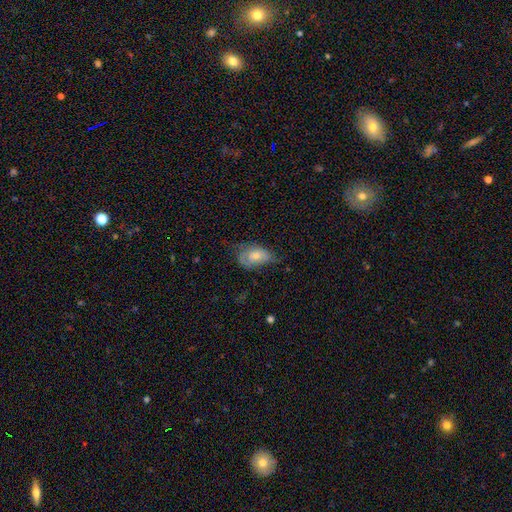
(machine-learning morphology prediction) Smooth or featured?
  - smooth: 58% *
  - featured or disk: 34%
  - star or artifact: 7%
How rounded?
  - in between: 90% *
  - round: 8%
  - cigar-shaped: 2%
Merging?
  - none: 39% *
  - minor disturbance: 36%
  - major disturbance: 23%
  - merger: 2%